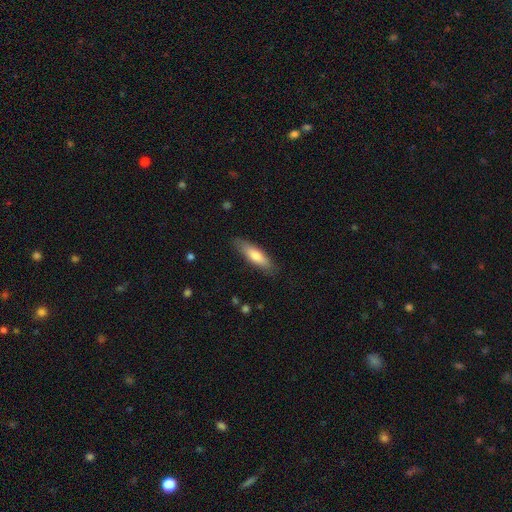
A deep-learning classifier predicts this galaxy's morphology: Smooth or featured? smooth (73%)
How rounded? cigar-shaped (56%)
Merging? none (84%)